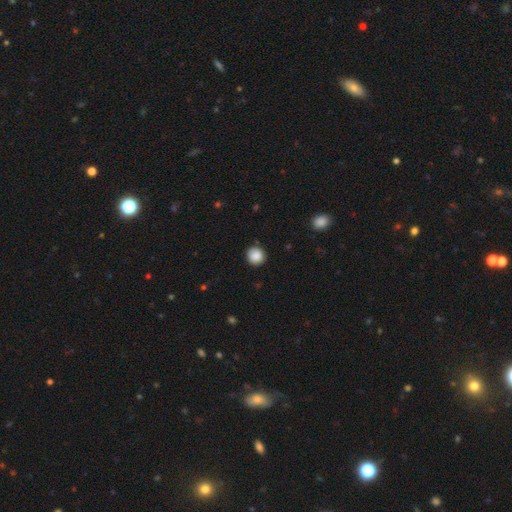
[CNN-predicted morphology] A smooth galaxy with no disk features (88%) that is round (93%). Merging: none (88%).